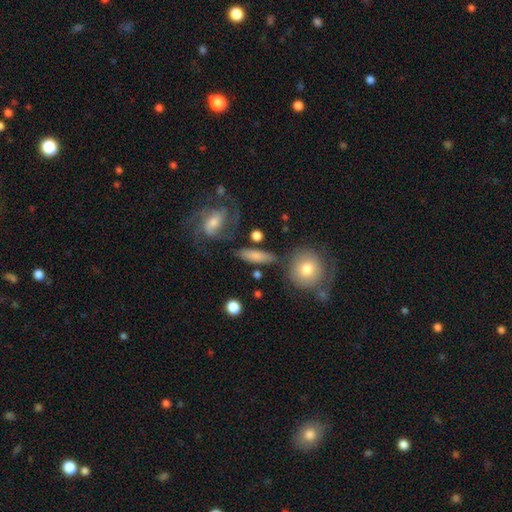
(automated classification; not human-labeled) Q: Smooth or featured?
A: smooth (71%); runner-up: featured or disk (21%)
Q: How rounded?
A: cigar-shaped (45%); runner-up: in between (44%)
Q: Merging?
A: none (72%); runner-up: minor disturbance (14%)